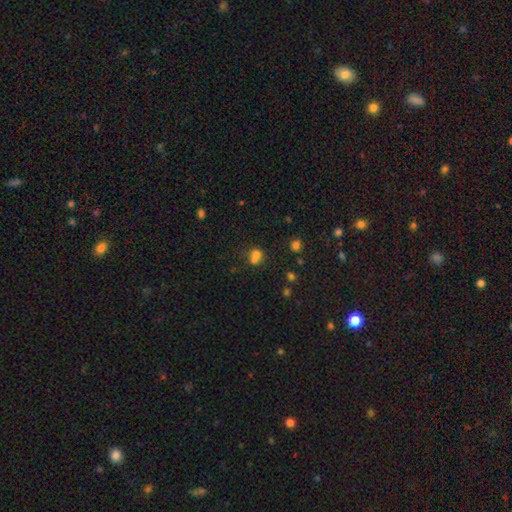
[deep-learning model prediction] Q: Smooth or featured?
A: smooth (67%); runner-up: star or artifact (19%)
Q: How rounded?
A: round (68%); runner-up: in between (31%)
Q: Merging?
A: merger (54%); runner-up: none (33%)